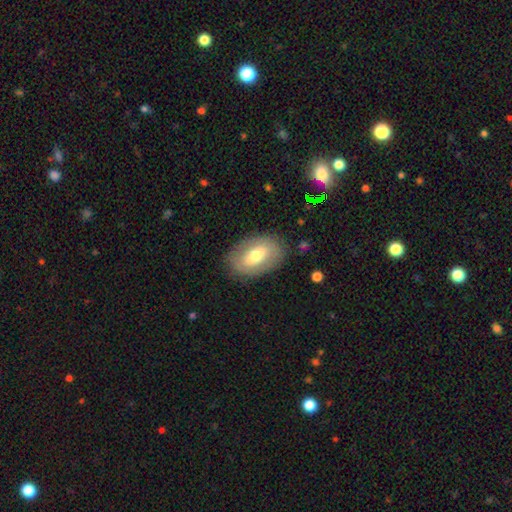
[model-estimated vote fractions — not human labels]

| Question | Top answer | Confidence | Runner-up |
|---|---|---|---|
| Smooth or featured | smooth | 52% | featured or disk (42%) |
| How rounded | in between | 89% | round (9%) |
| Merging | none | 82% | minor disturbance (12%) |